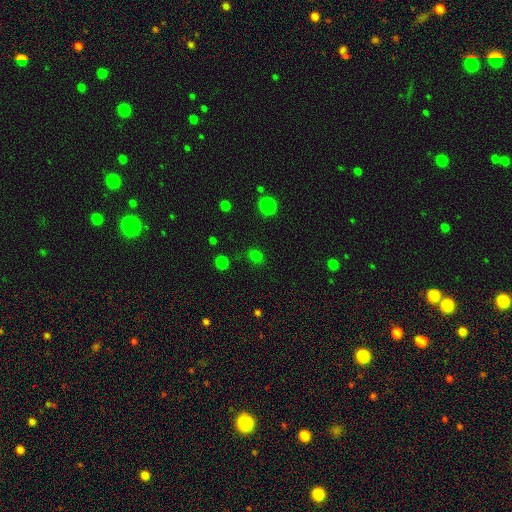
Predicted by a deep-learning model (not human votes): Morphology: type=smooth (74%); roundness=round (63%); merging=none (80%).